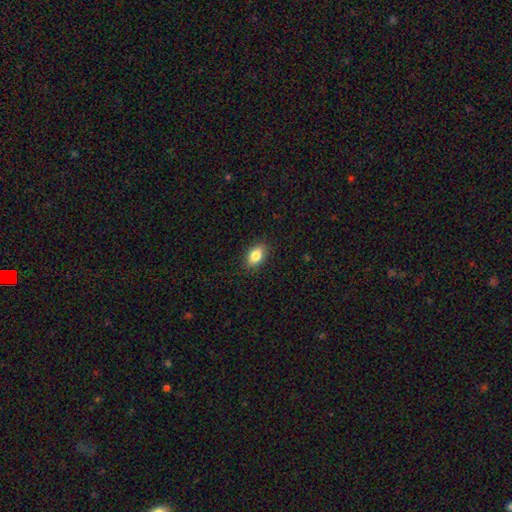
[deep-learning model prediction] Morphology: type=smooth (85%); roundness=in between (86%); merging=none (88%).